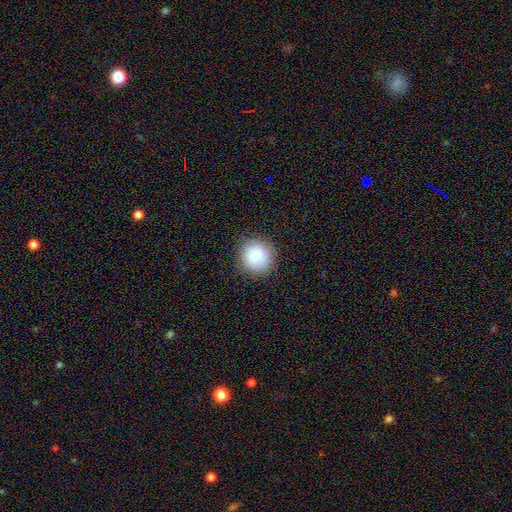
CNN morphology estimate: Smooth or featured? smooth (78%)
How rounded? round (93%)
Merging? none (87%)